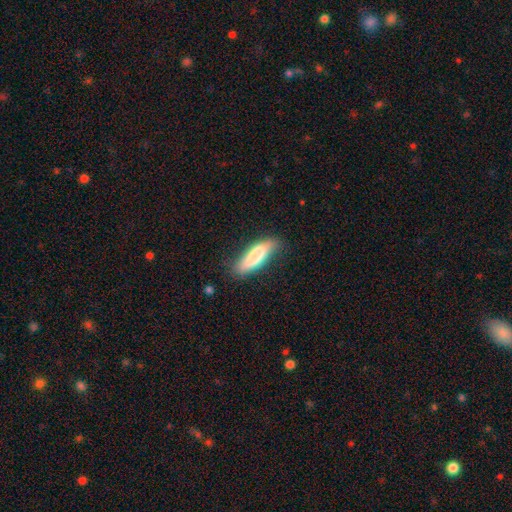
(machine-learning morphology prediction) Smooth or featured? Predicted: smooth (p=0.77). How rounded? Predicted: cigar-shaped (p=0.56). Merging? Predicted: none (p=0.68).